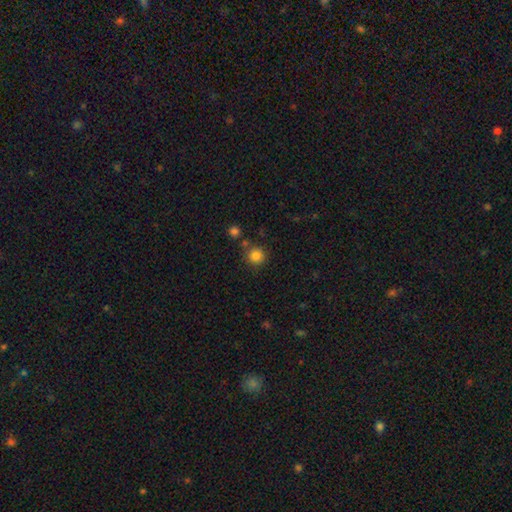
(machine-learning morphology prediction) Overall: smooth (83%). How rounded: round (93%). Merging: none (80%).